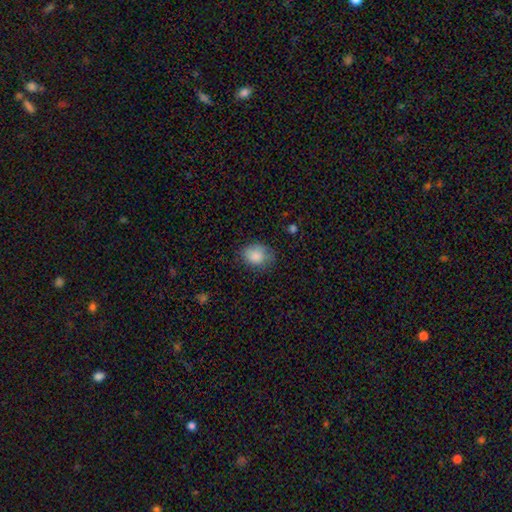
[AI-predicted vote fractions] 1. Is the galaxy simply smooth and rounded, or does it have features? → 86% smooth, 8% star or artifact, 7% featured or disk.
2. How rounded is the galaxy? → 54% in between, 45% round, 1% cigar-shaped.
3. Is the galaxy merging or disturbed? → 67% none, 25% minor disturbance, 7% major disturbance, 1% merger.